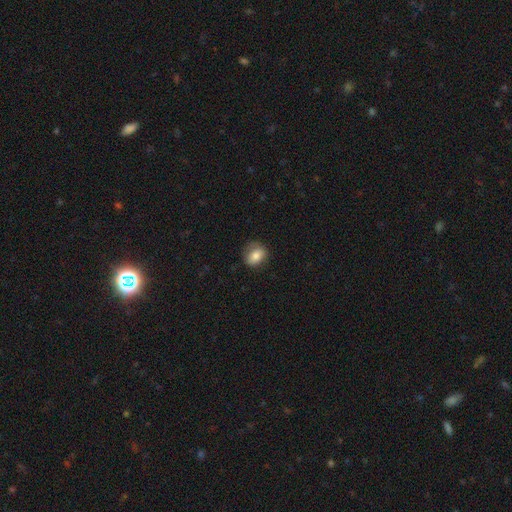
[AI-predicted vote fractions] smooth 78%, featured or disk 13%, star or artifact 9%. Down the decision tree: how rounded — in between (56%); merging — none (69%).